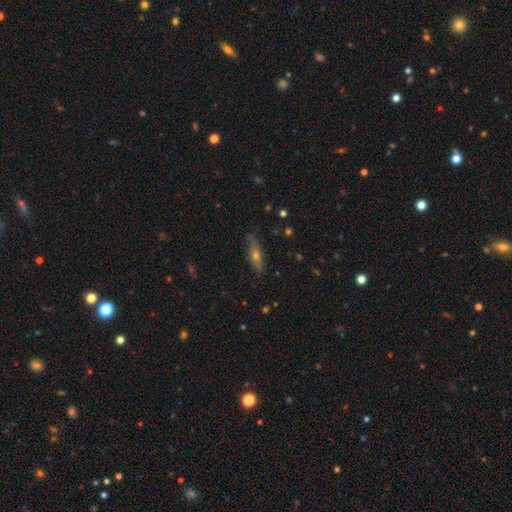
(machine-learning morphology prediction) This is possibly a featured or disk galaxy (51%). It is likely viewed edge-on (80%). Merging: clearly none (81%).